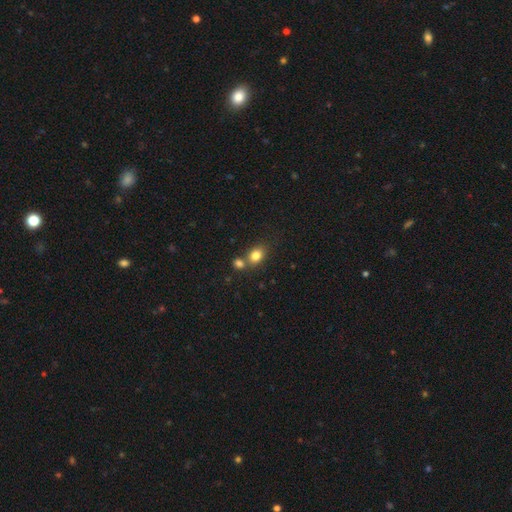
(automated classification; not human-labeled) A smooth galaxy with no disk features (81%) that is in between round and cigar-shaped (56%).

Vote fractions:
- Smooth or featured? smooth: 81% / star or artifact: 11% / featured or disk: 8%
- How rounded? in between: 56% / round: 43% / cigar-shaped: 1%
- Merging? none: 53% / merger: 34% / minor disturbance: 10% / major disturbance: 3%